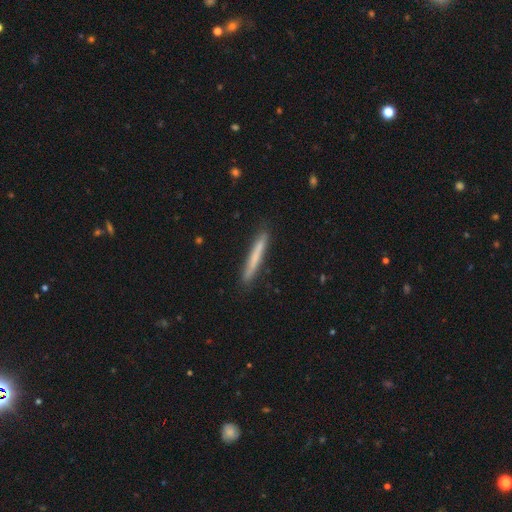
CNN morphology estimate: This is likely a smooth galaxy (66%). How rounded: clearly cigar-shaped (97%). Merging: clearly none (89%).